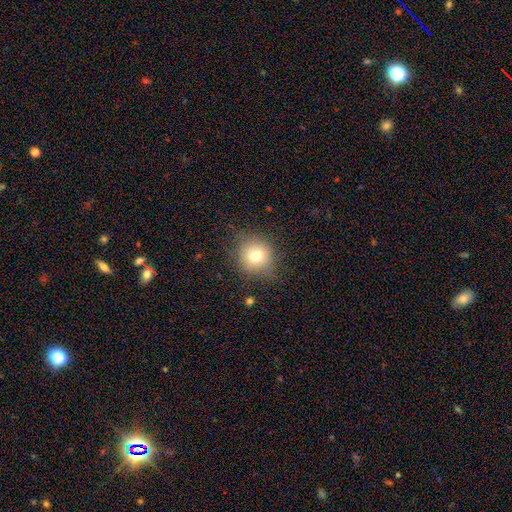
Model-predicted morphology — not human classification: This appears to be a smooth galaxy with no disk features (72%) that is round (87%). Merging: none (79%).